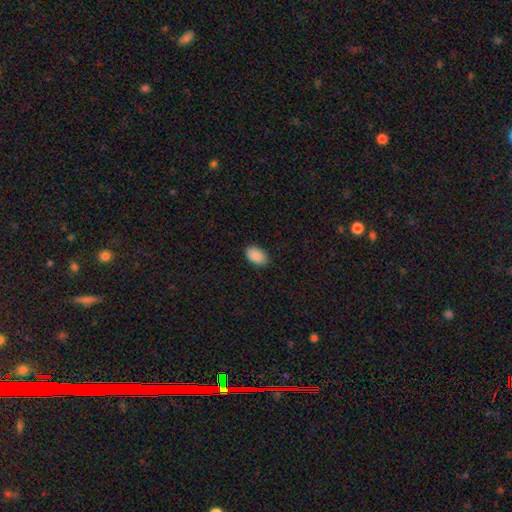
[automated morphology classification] Q: Smooth or featured?
A: smooth (90%); runner-up: star or artifact (7%)
Q: How rounded?
A: in between (92%); runner-up: round (7%)
Q: Merging?
A: none (87%); runner-up: minor disturbance (10%)